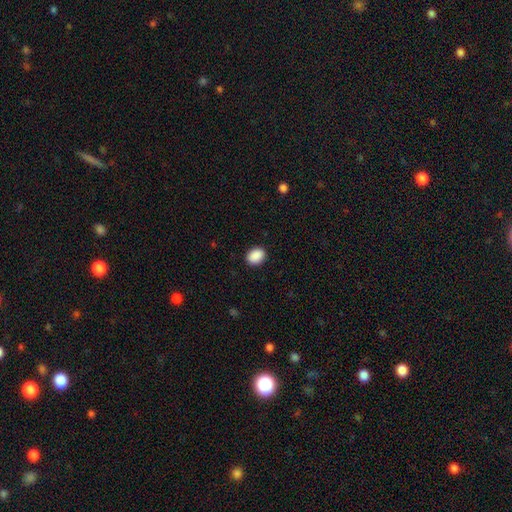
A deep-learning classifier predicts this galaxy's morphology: smooth 90%, star or artifact 7%, featured or disk 2%. Down the decision tree: how rounded — in between (63%); merging — none (90%).